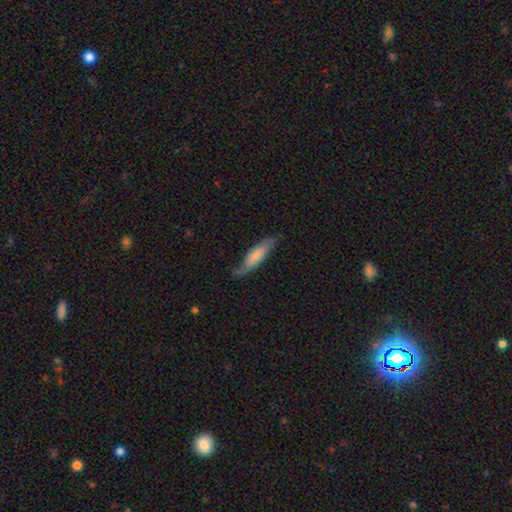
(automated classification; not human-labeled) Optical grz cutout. It shows a smooth galaxy with no disk features (64%) that is cigar-shaped (67%). Merging: none (69%).